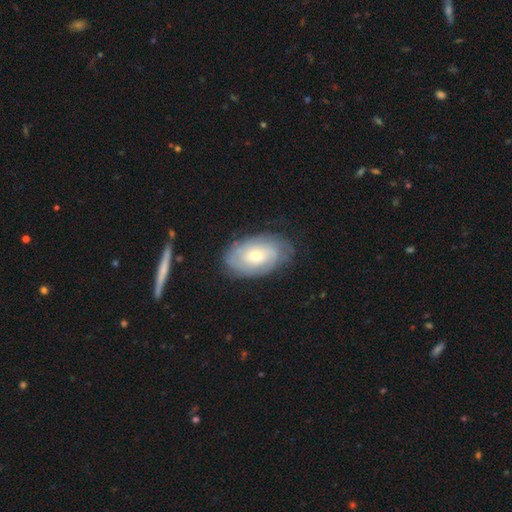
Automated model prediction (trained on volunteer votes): featured or disk 69%, smooth 25%, star or artifact 6%. Down the decision tree: edge-on disk — no (94%); bar — no (72%); spiral arms — yes (85%); spiral arm count — can't tell (55%); spiral winding — tight (73%); bulge size — small (48%, tied with moderate); merging — none (76%).